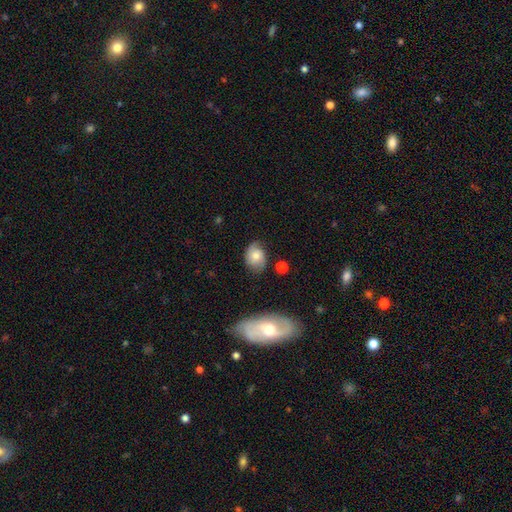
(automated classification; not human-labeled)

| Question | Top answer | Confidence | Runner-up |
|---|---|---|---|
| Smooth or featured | smooth | 59% | featured or disk (32%) |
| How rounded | in between | 66% | round (33%) |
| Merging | none | 64% | minor disturbance (26%) |